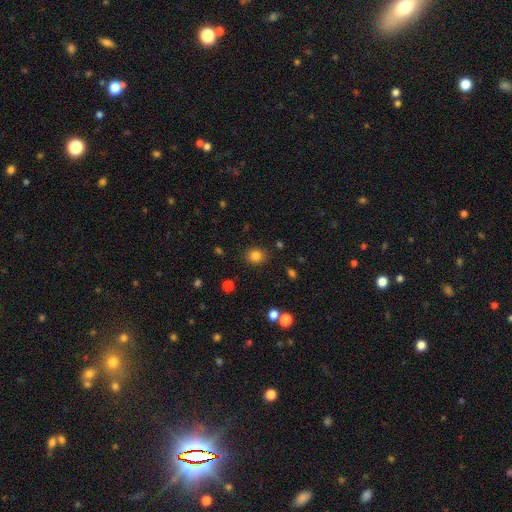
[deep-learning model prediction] A smooth galaxy with no disk features (82%) that is round (70%). Merging: none (87%).